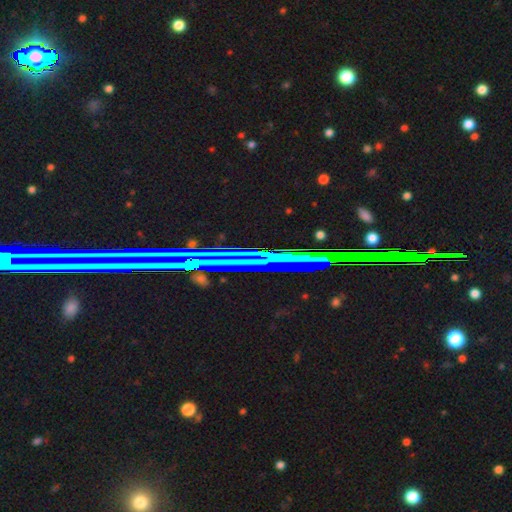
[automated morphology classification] Smooth or featured? Predicted: star or artifact (p=0.67).